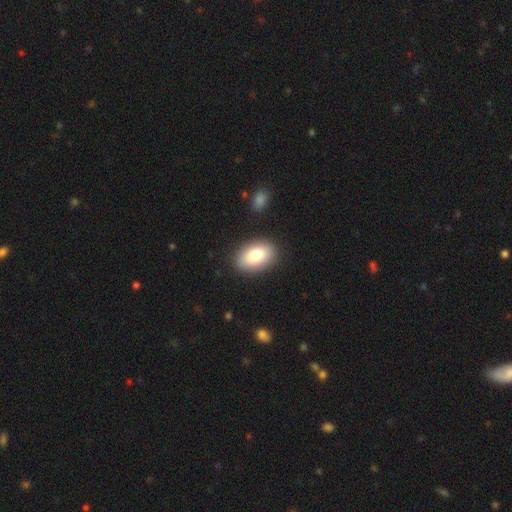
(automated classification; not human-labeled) The model was most divided on "smooth or featured": smooth: 82%, featured or disk: 11%, star or artifact: 7%. More confident: how rounded — in between (90%); merging — none (87%).